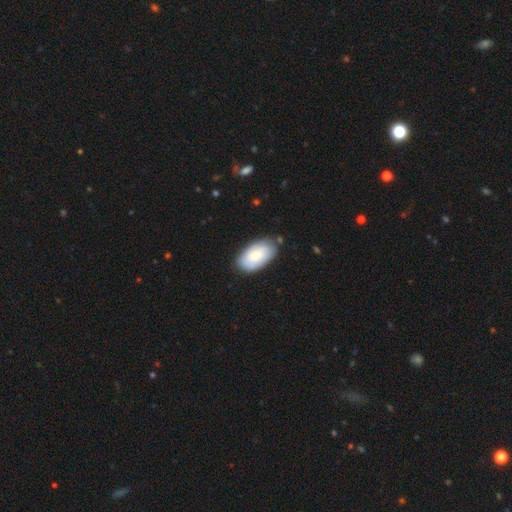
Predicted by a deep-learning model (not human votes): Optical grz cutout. It shows a smooth galaxy with no disk features (68%) that is in between round and cigar-shaped (95%). Merging: none (77%).